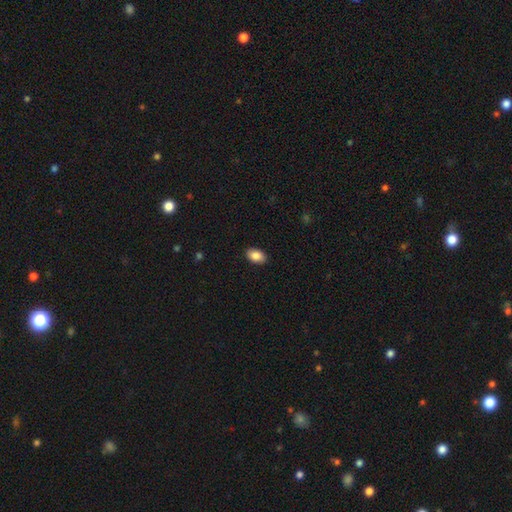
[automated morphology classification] Q: Smooth or featured?
A: smooth (87%); runner-up: star or artifact (7%)
Q: How rounded?
A: in between (90%); runner-up: round (9%)
Q: Merging?
A: none (90%); runner-up: minor disturbance (8%)